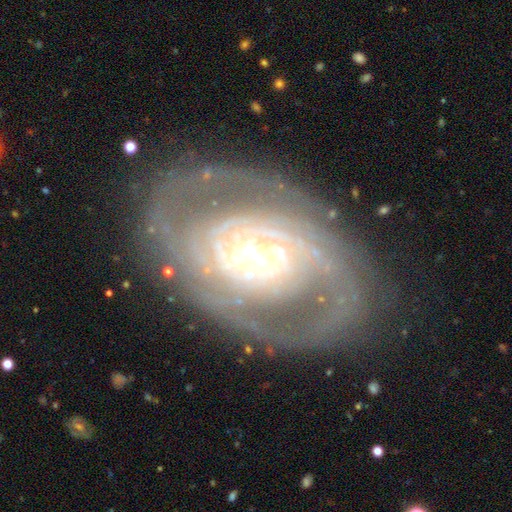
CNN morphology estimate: Smooth or featured: featured or disk — 86% (smooth — 8%)
Edge-on disk: no — 95% (yes — 5%)
Bar: no — 40% (tied with weak — 40%)
Spiral arms: yes — 92% (no — 8%)
Spiral winding: tight — 70% (medium — 24%)
Spiral arm count: 2 — 35% (can't tell — 33%)
Bulge size: moderate — 49% (small — 40%)
Merging: none — 76% (minor disturbance — 15%)